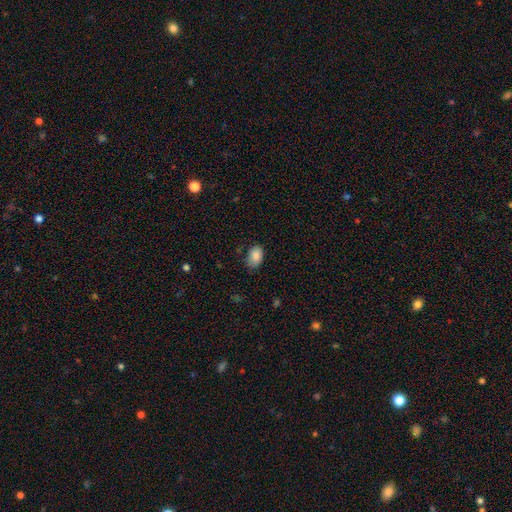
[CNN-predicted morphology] This is clearly a smooth galaxy (86%). How rounded: clearly in between (84%). Merging: likely none (71%).